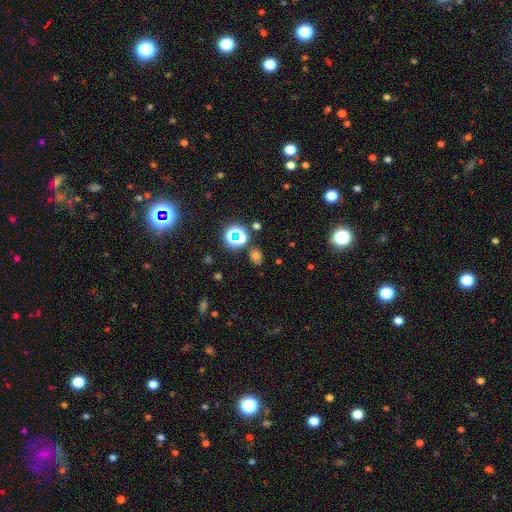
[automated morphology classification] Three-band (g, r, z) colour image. It shows a smooth galaxy with no disk features (58%) that is round (54%). Merging: none (79%).